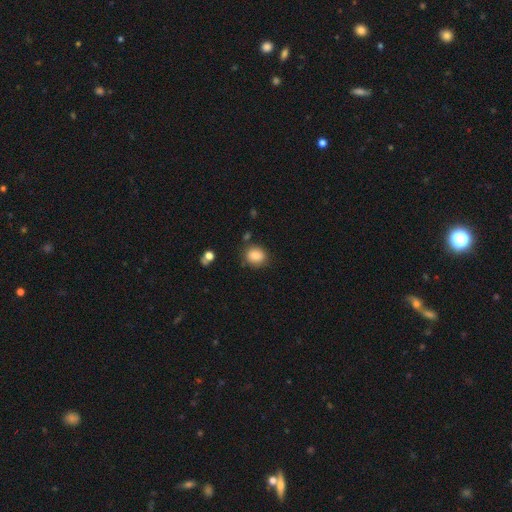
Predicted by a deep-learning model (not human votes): The model was most divided on "how rounded": round: 72%, in between: 27%, cigar-shaped: 1%. More confident: smooth or featured — smooth (85%); merging — none (80%).